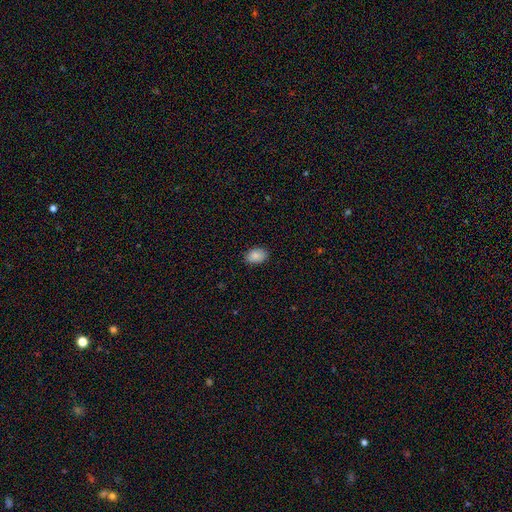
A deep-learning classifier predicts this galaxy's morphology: Smooth or featured?
  - smooth: 87% *
  - star or artifact: 8%
  - featured or disk: 6%
How rounded?
  - in between: 85% *
  - round: 14%
  - cigar-shaped: 1%
Merging?
  - none: 86% *
  - minor disturbance: 11%
  - major disturbance: 2%
  - merger: 1%